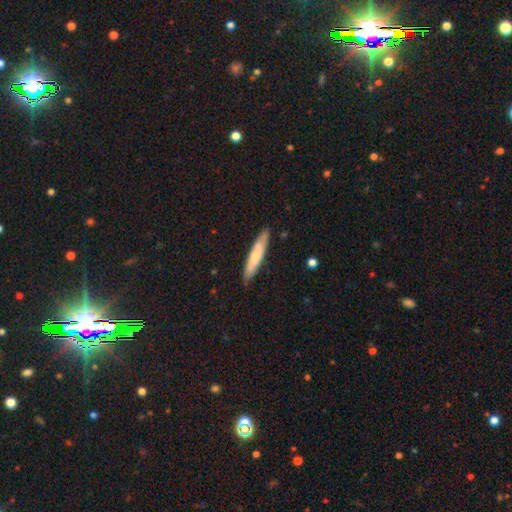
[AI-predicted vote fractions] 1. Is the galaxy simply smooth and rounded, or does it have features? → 63% smooth, 31% featured or disk, 5% star or artifact.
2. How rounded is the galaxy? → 91% cigar-shaped, 8% in between, 1% round.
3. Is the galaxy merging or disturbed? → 87% none, 10% minor disturbance, 2% major disturbance, 1% merger.